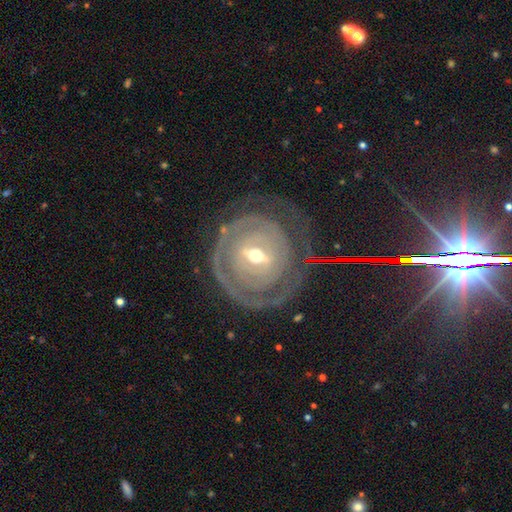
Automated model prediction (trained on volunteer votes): Smooth or featured?
  - featured or disk: 83% *
  - smooth: 11%
  - star or artifact: 6%
Edge-on disk?
  - no: 96% *
  - yes: 4%
Bar?
  - weak: 47% *
  - strong: 32%
  - no: 21%
Spiral arms?
  - yes: 78% *
  - no: 22%
Spiral winding?
  - tight: 71% *
  - medium: 19%
  - loose: 9%
Spiral arm count?
  - can't tell: 38% *
  - 2: 32%
  - 1: 11%
  - 3: 9%
  - 4: 5%
  - more than 4: 5%
Bulge size?
  - moderate: 53% *
  - small: 41%
  - large: 4%
  - dominant: 1%
  - none: 1%
Merging?
  - none: 64% *
  - major disturbance: 18%
  - minor disturbance: 16%
  - merger: 3%